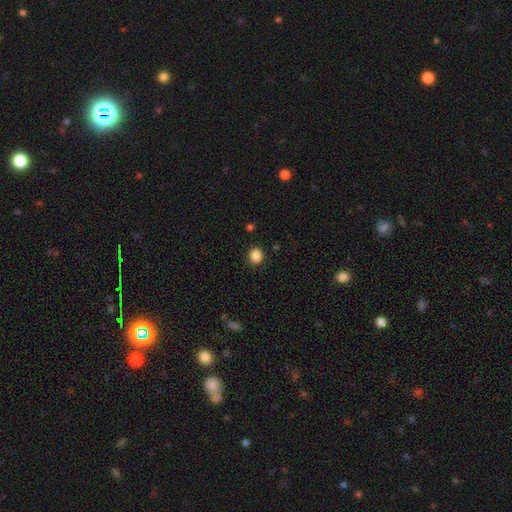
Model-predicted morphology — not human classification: A smooth galaxy with no disk features (87%) that is round (85%).

Vote fractions:
- Smooth or featured? smooth: 87% / star or artifact: 11% / featured or disk: 3%
- How rounded? round: 85% / in between: 14% / cigar-shaped: 1%
- Merging? none: 91% / minor disturbance: 6% / major disturbance: 2% / merger: 1%